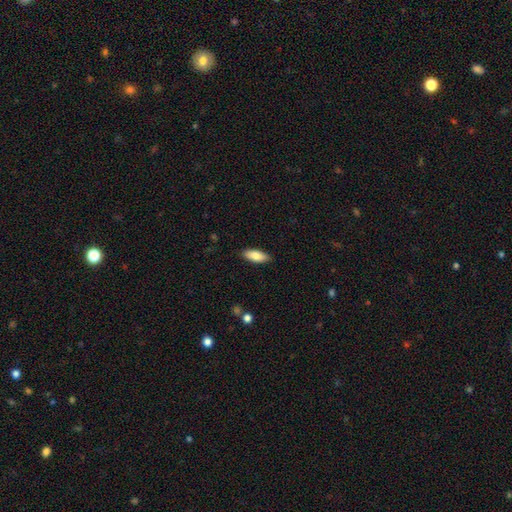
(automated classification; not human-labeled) A smooth galaxy with no disk features (82%) that is in between round and cigar-shaped (74%).

Vote fractions:
- Smooth or featured? smooth: 82% / featured or disk: 12% / star or artifact: 6%
- How rounded? in between: 74% / cigar-shaped: 24% / round: 2%
- Merging? none: 89% / minor disturbance: 9% / major disturbance: 2% / merger: 1%